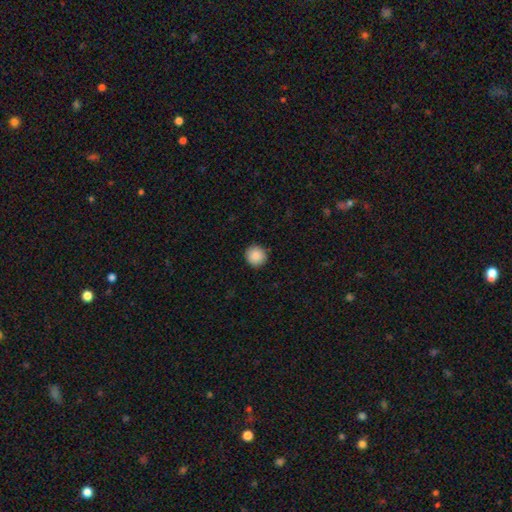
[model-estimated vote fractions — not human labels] The model was most divided on "smooth or featured": smooth: 88%, star or artifact: 8%, featured or disk: 4%. More confident: how rounded — round (95%); merging — none (92%).